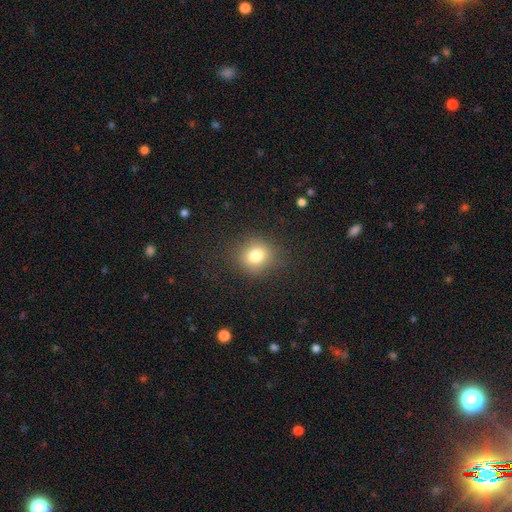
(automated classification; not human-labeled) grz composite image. It shows a smooth galaxy with no disk features (79%) that is round (79%). Merging: none (84%).